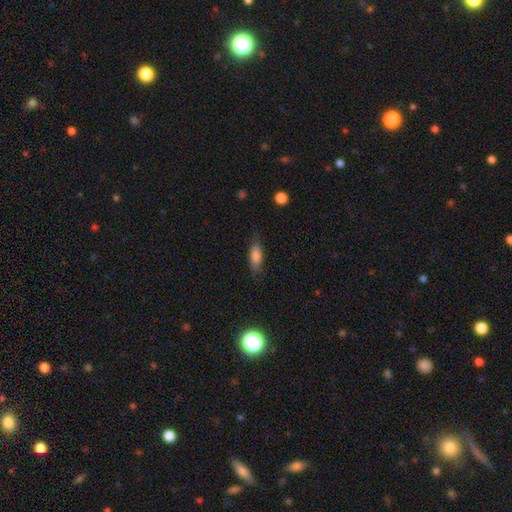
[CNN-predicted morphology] The model was most divided on "how rounded": in between: 74%, cigar-shaped: 23%, round: 3%. More confident: smooth or featured — smooth (81%); merging — none (78%).